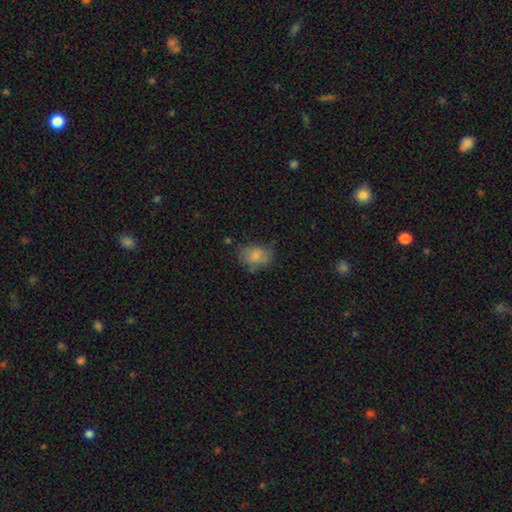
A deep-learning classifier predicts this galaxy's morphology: A smooth galaxy with no disk features (73%) that is in between round and cigar-shaped (69%). Merging: none (49%).